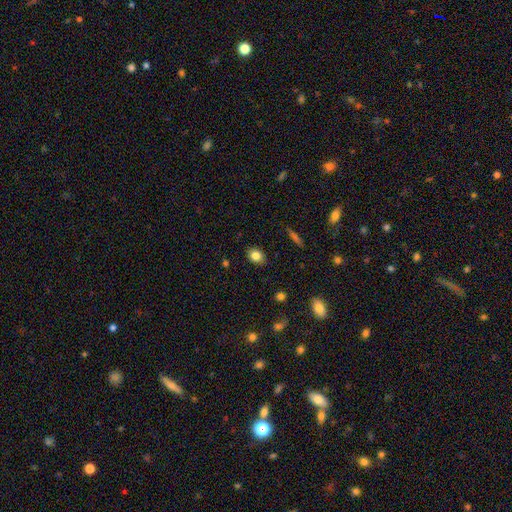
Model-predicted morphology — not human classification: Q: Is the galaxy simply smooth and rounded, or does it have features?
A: smooth — 82%.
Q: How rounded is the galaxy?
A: in between — 58%.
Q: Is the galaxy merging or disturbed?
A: none — 86%.